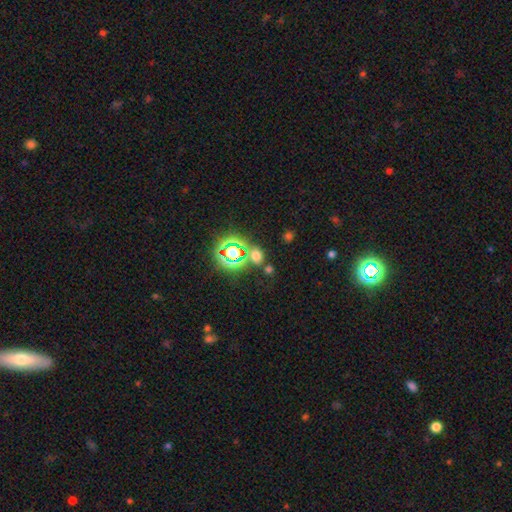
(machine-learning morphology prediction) smooth_or_featured: smooth (p=0.55) [alt: star or artifact p=0.38]
how_rounded: round (p=0.67) [alt: in between p=0.31]
merging: none (p=0.74) [alt: merger p=0.13]